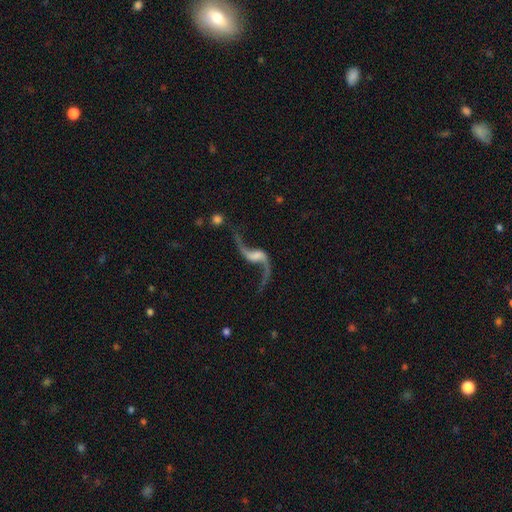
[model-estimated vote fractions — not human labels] Overall: featured or disk (91%). Edge-on disk: no (96%). Bar: no (40%; weak 39%). Spiral arms: yes (97%). Spiral arm count: 2 (94%). Spiral winding: loose (95%). Bulge size: none (42%; small 22%). Merging: none (68%).